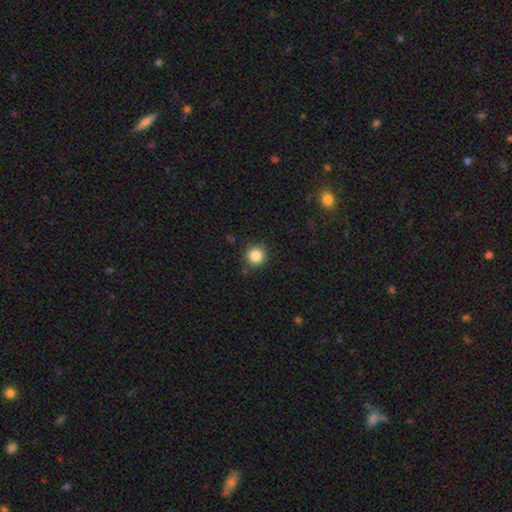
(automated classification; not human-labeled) Morphology: type=smooth (85%); roundness=round (94%); merging=none (87%).